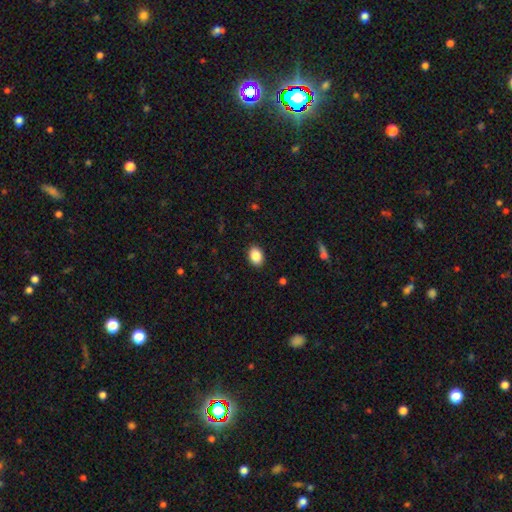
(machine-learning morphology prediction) smooth 88%, star or artifact 8%, featured or disk 4%. Down the decision tree: how rounded — in between (77%); merging — none (89%).